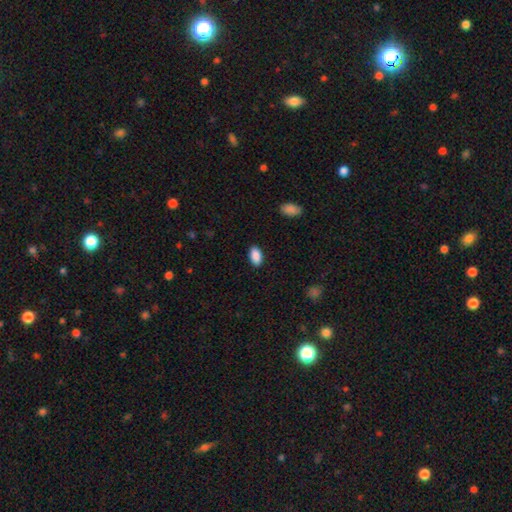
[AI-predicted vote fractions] Overall: smooth (90%). How rounded: in between (94%). Merging: none (88%).